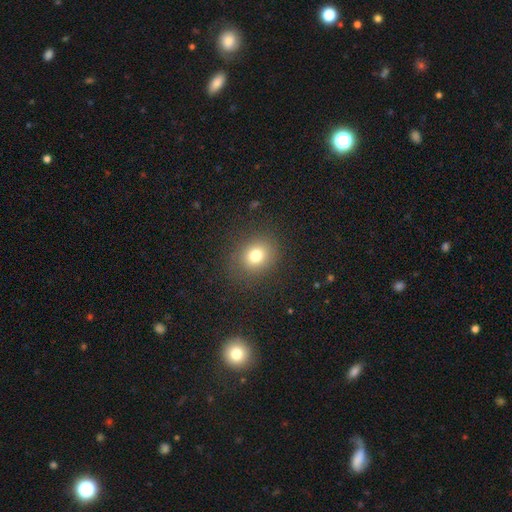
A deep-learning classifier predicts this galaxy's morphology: Smooth or featured: smooth — 77% (star or artifact — 14%)
How rounded: round — 70% (in between — 29%)
Merging: none — 84% (minor disturbance — 10%)